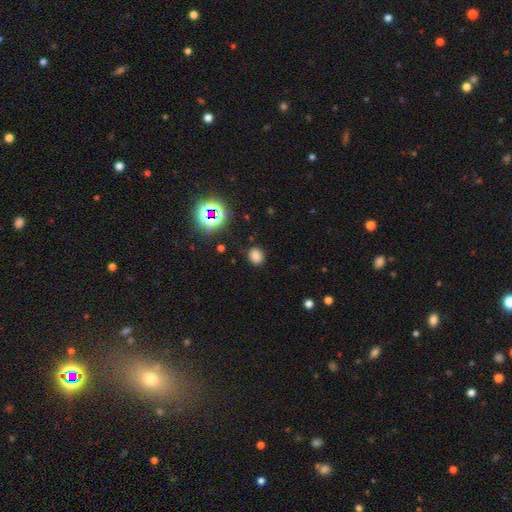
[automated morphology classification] Smooth or featured? Predicted: smooth (p=0.75). How rounded? Predicted: round (p=0.63). Merging? Predicted: none (p=0.84).